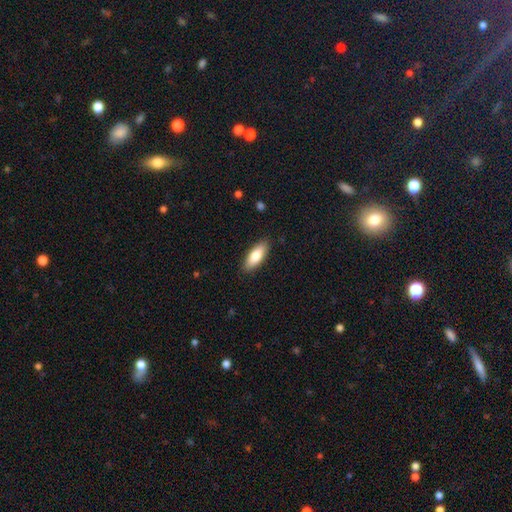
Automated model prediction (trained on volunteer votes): smooth-or-featured: smooth: 81% | featured or disk: 13% | star or artifact: 6%
  how-rounded: in between: 74% | cigar-shaped: 24% | round: 2%
  merging: none: 88% | minor disturbance: 9% | major disturbance: 2% | merger: 1%